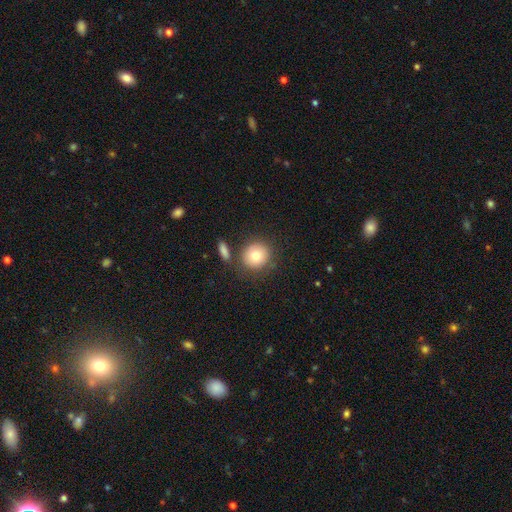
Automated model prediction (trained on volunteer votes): smooth-or-featured: smooth: 79% | featured or disk: 12% | star or artifact: 9%
  how-rounded: round: 89% | in between: 10% | cigar-shaped: 1%
  merging: none: 75% | minor disturbance: 11% | merger: 10% | major disturbance: 4%